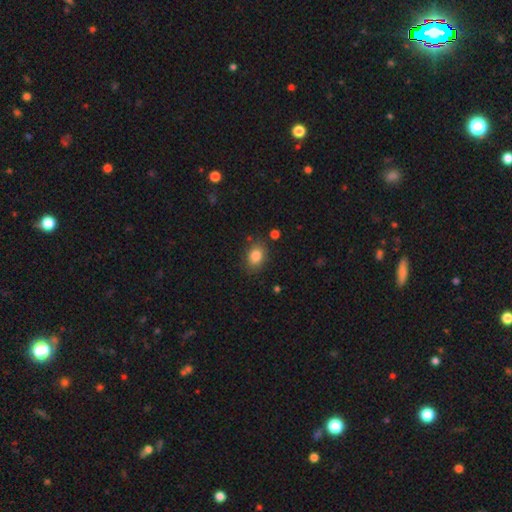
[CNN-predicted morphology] A smooth galaxy with no disk features (85%) that is in between round and cigar-shaped (67%).

Vote fractions:
- Smooth or featured? smooth: 85% / star or artifact: 9% / featured or disk: 6%
- How rounded? in between: 67% / round: 32% / cigar-shaped: 1%
- Merging? none: 80% / minor disturbance: 13% / major disturbance: 4% / merger: 3%